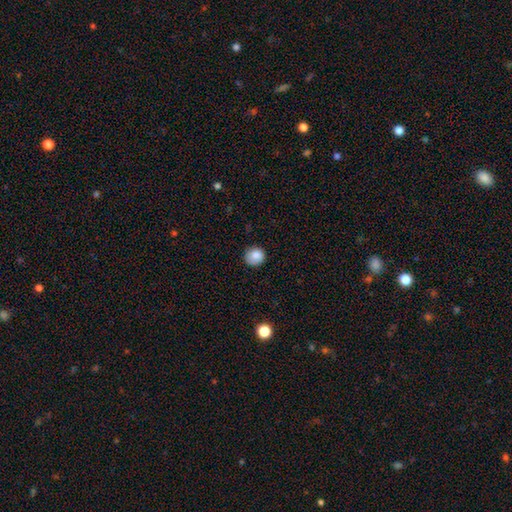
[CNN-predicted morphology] Smooth or featured? smooth (85%)
How rounded? round (82%)
Merging? none (79%)